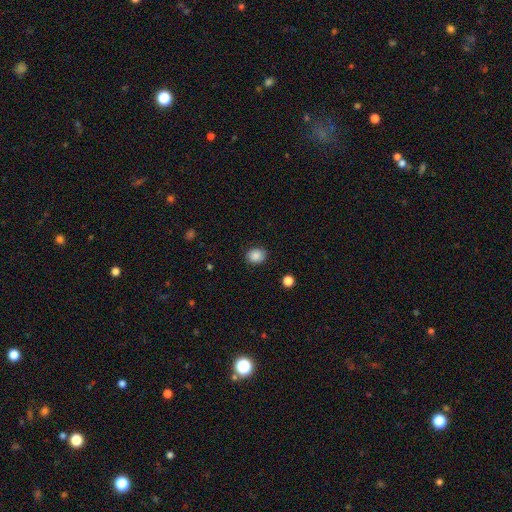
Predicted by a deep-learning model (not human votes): smooth_or_featured: smooth (p=0.87) [alt: star or artifact p=0.09]
how_rounded: round (p=0.59) [alt: in between p=0.40]
merging: none (p=0.86) [alt: minor disturbance p=0.10]